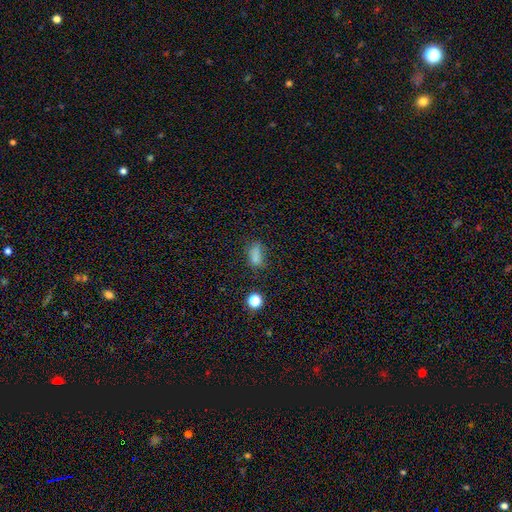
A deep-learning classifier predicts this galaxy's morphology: type=smooth (75%); roundness=in between (77%); merging=none (58%).